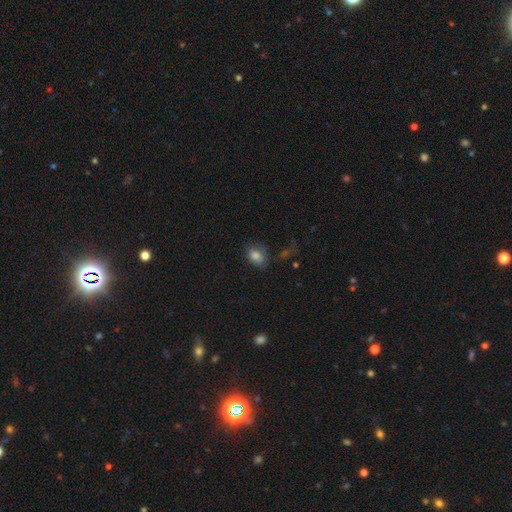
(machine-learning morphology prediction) Smooth or featured?
  - smooth: 81% *
  - star or artifact: 10%
  - featured or disk: 8%
How rounded?
  - in between: 59% *
  - round: 40%
  - cigar-shaped: 1%
Merging?
  - none: 67% *
  - minor disturbance: 22%
  - major disturbance: 8%
  - merger: 3%